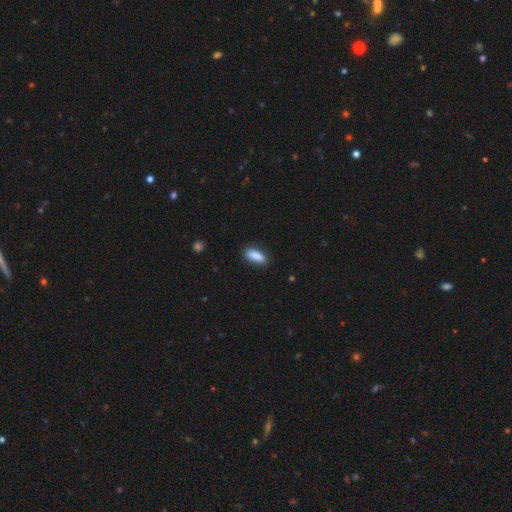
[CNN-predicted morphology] Smooth or featured?
  - smooth: 89% *
  - star or artifact: 7%
  - featured or disk: 5%
How rounded?
  - in between: 77% *
  - cigar-shaped: 21%
  - round: 2%
Merging?
  - none: 82% *
  - minor disturbance: 14%
  - major disturbance: 3%
  - merger: 1%